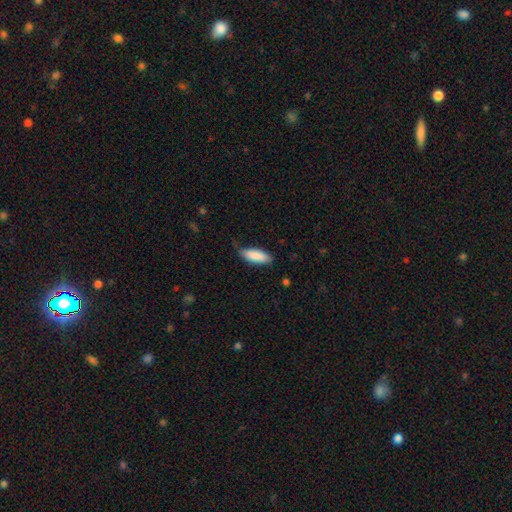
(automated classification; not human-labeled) A smooth galaxy with no disk features (88%) that is in between round and cigar-shaped (73%). Merging: none (69%).